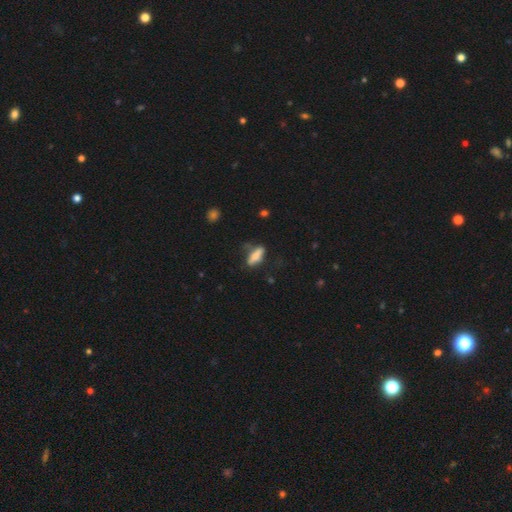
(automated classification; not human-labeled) The model was most divided on "how rounded": in between: 55%, cigar-shaped: 42%, round: 3%. More confident: smooth or featured — smooth (66%); merging — none (51%).